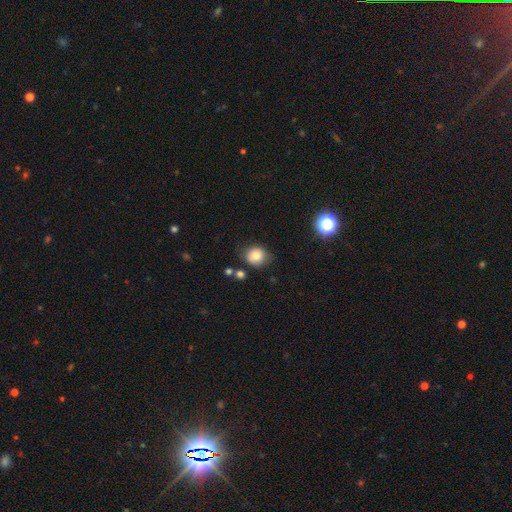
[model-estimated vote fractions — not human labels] smooth_or_featured: smooth (p=0.80) [alt: star or artifact p=0.10]
how_rounded: round (p=0.74) [alt: in between p=0.26]
merging: none (p=0.72) [alt: minor disturbance p=0.19]